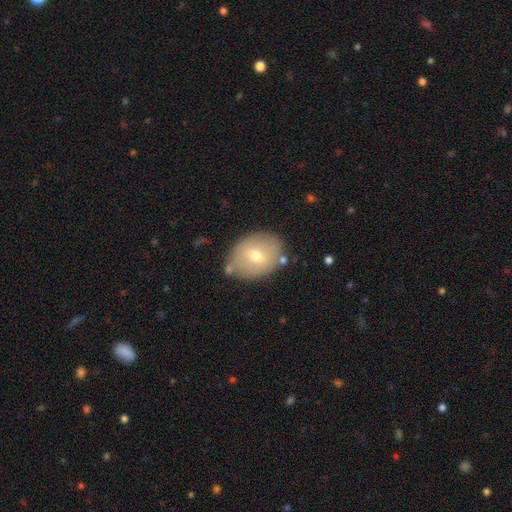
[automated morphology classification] This appears to be a smooth galaxy with no disk features (62%) that is in between round and cigar-shaped (60%). Merging: none (79%).